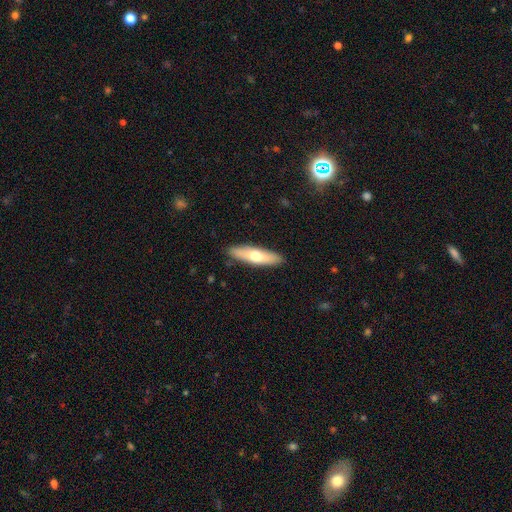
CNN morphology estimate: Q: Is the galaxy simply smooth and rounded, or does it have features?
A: smooth — 59%.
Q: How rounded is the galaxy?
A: cigar-shaped — 67%.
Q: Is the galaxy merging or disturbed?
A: none — 89%.